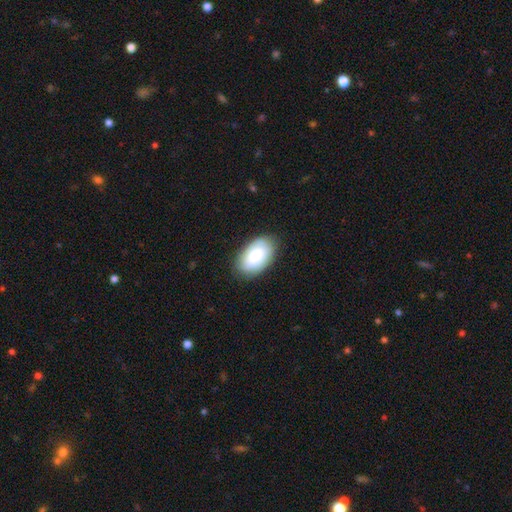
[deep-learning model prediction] Overall: smooth (79%). How rounded: in between (94%). Merging: none (82%).